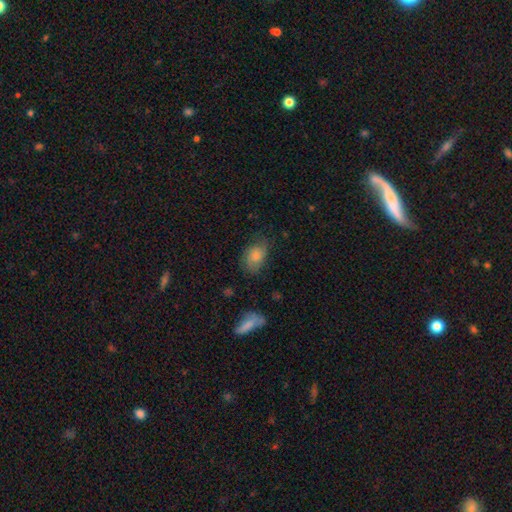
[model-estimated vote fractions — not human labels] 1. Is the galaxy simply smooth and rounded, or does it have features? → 70% smooth, 22% featured or disk, 8% star or artifact.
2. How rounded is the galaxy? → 79% in between, 20% round, 2% cigar-shaped.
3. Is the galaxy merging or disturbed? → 63% none, 25% minor disturbance, 10% major disturbance, 2% merger.